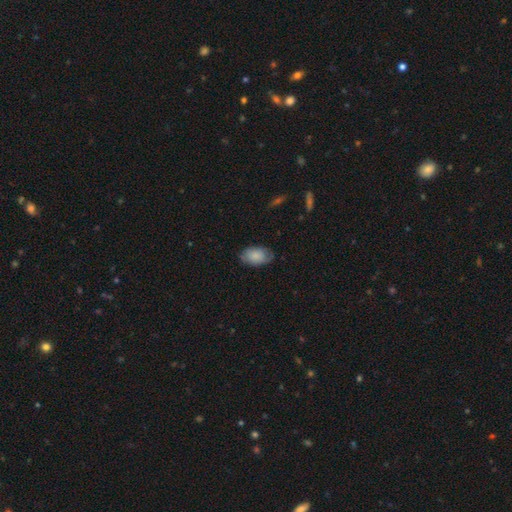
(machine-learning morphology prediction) A smooth galaxy with no disk features (79%) that is in between round and cigar-shaped (92%). Merging: none (73%).